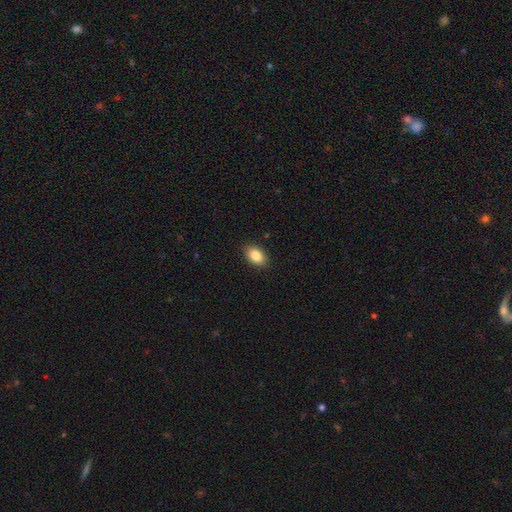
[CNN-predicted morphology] smooth_or_featured: smooth (p=0.87) [alt: star or artifact p=0.08]
how_rounded: in between (p=0.87) [alt: round p=0.11]
merging: none (p=0.88) [alt: minor disturbance p=0.08]